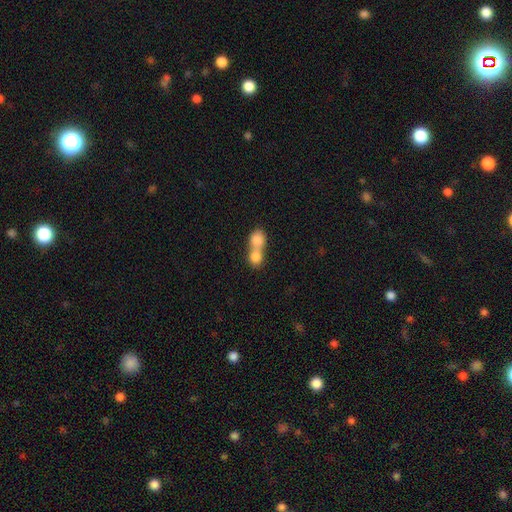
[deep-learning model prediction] Smooth or featured? Predicted: smooth (p=0.79). How rounded? Predicted: round (p=0.64). Merging? Predicted: merger (p=0.77).